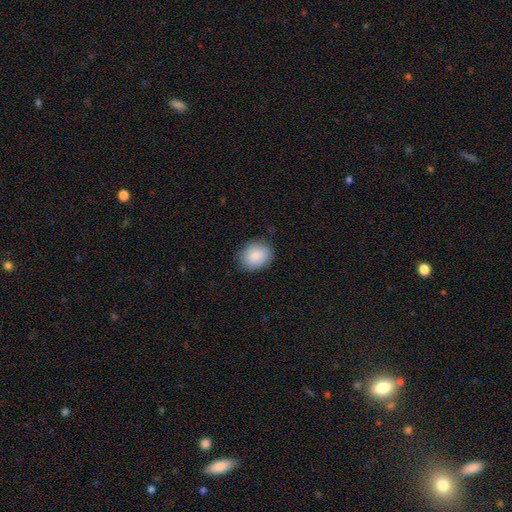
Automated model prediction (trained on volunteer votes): A smooth galaxy with no disk features (89%) that is in between round and cigar-shaped (50%).

Vote fractions:
- Smooth or featured? smooth: 89% / star or artifact: 7% / featured or disk: 5%
- How rounded? in between: 50% / round: 49% / cigar-shaped: 1%
- Merging? none: 82% / minor disturbance: 14% / major disturbance: 3% / merger: 1%